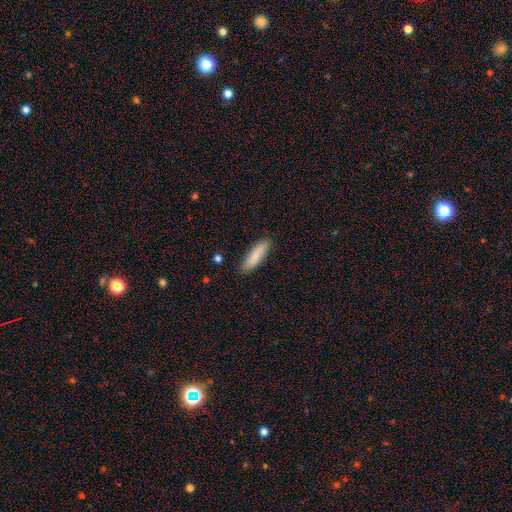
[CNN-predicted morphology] smooth 85%, featured or disk 9%, star or artifact 6%. Down the decision tree: how rounded — cigar-shaped (66%); merging — none (88%).